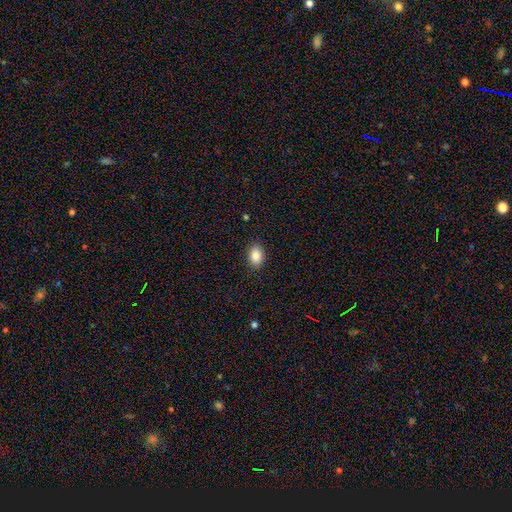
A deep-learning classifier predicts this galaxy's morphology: A smooth galaxy with no disk features (87%) that is in between round and cigar-shaped (85%).

Vote fractions:
- Smooth or featured? smooth: 87% / star or artifact: 8% / featured or disk: 5%
- How rounded? in between: 85% / round: 14% / cigar-shaped: 1%
- Merging? none: 88% / minor disturbance: 9% / major disturbance: 2% / merger: 1%